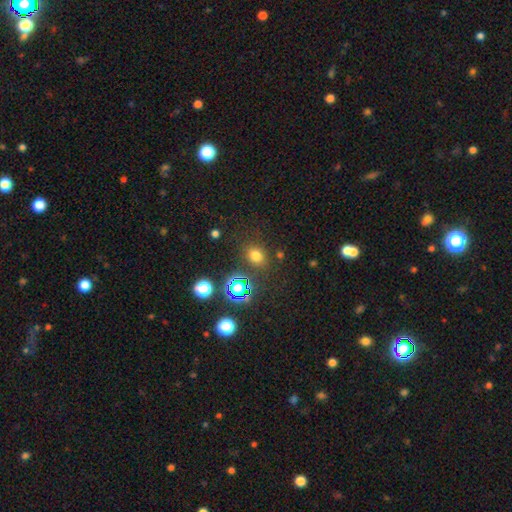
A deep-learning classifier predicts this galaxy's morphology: type=smooth (70%); roundness=round (53%); merging=none (81%).